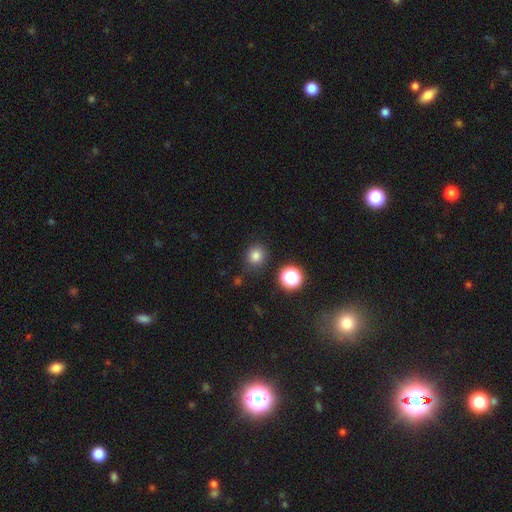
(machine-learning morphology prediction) Smooth or featured?
  - smooth: 80% *
  - star or artifact: 15%
  - featured or disk: 5%
How rounded?
  - round: 83% *
  - in between: 16%
  - cigar-shaped: 1%
Merging?
  - none: 84% *
  - minor disturbance: 10%
  - major disturbance: 3%
  - merger: 3%